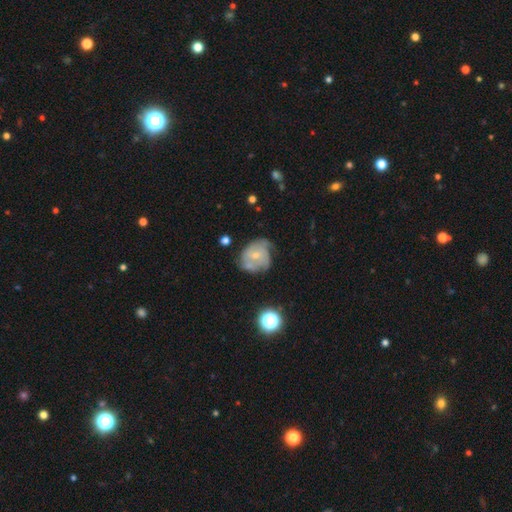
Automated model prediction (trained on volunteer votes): featured or disk 70%, smooth 22%, star or artifact 8%. Down the decision tree: edge-on disk — no (98%); bar — no (64%); spiral arms — yes (85%); spiral arm count — can't tell (38%); spiral winding — tight (53%); bulge size — small (64%); merging — none (50%).